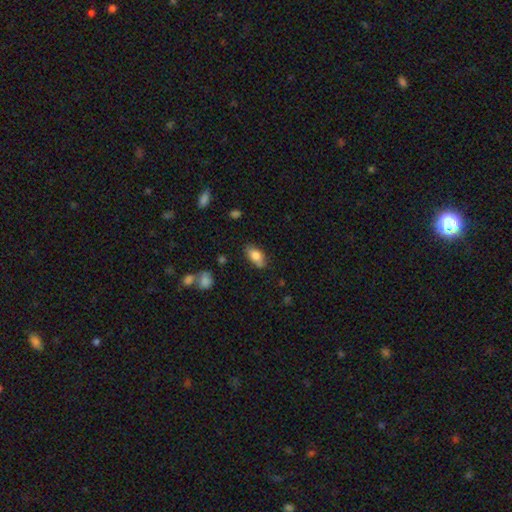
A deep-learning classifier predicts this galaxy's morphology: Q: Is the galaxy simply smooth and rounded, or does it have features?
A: smooth — 78%.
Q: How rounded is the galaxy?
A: in between — 88%.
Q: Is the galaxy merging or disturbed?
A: none — 76%.